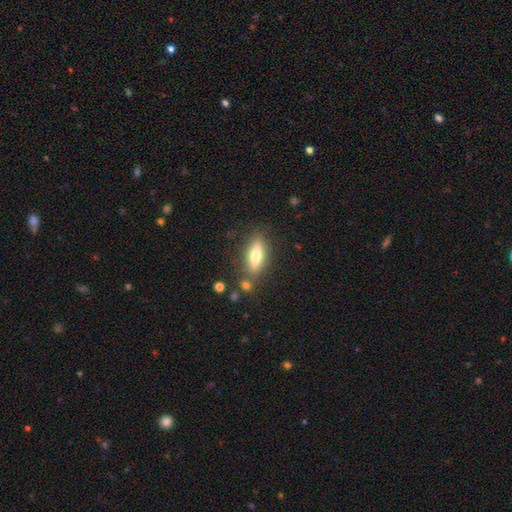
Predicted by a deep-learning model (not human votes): Q: Smooth or featured?
A: smooth (51%); runner-up: featured or disk (42%)
Q: How rounded?
A: cigar-shaped (50%); runner-up: in between (47%)
Q: Merging?
A: none (80%); runner-up: minor disturbance (12%)